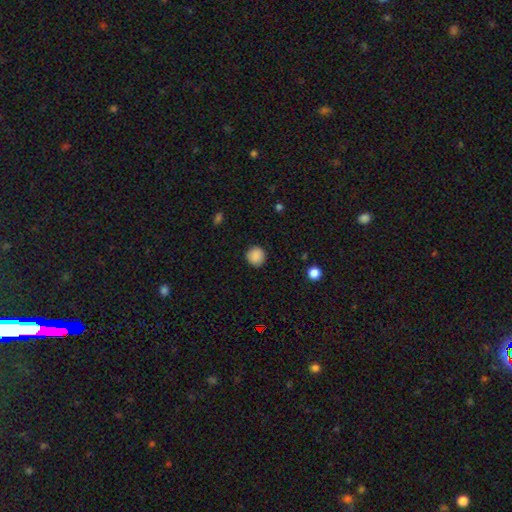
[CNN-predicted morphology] This is clearly a smooth galaxy (88%). How rounded: clearly round (94%). Merging: clearly none (90%).